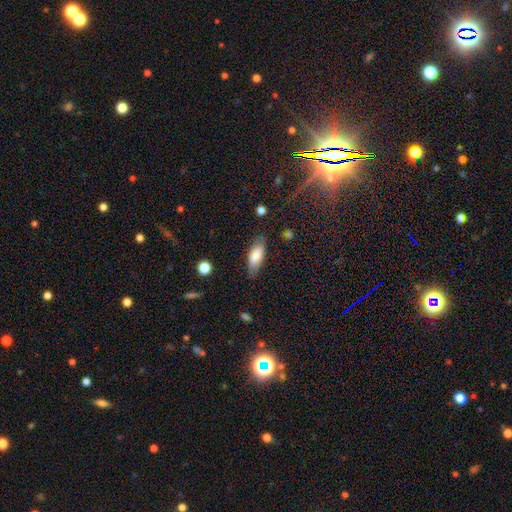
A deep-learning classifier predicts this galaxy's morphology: Smooth or featured: smooth — 77% (featured or disk — 16%)
How rounded: in between — 73% (cigar-shaped — 25%)
Merging: none — 79% (minor disturbance — 16%)